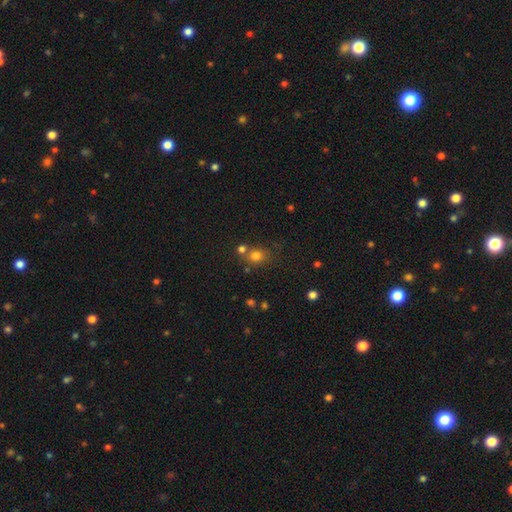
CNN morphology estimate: A smooth galaxy with no disk features (76%) that is round (68%). Merging: none (58%).